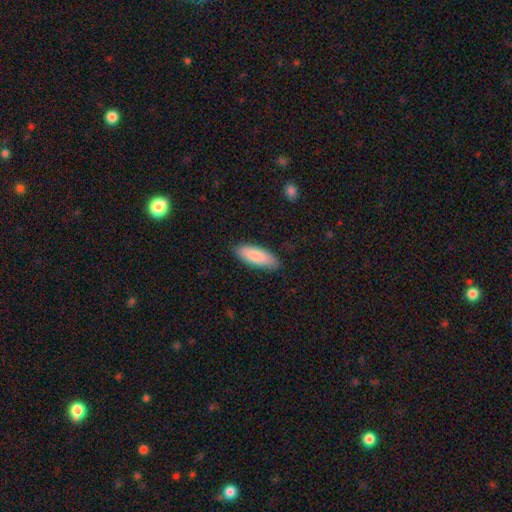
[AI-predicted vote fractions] Smooth or featured? smooth (86%)
How rounded? in between (68%)
Merging? none (85%)